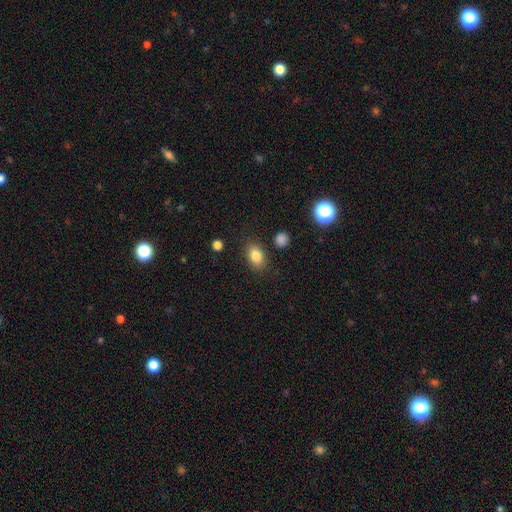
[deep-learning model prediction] smooth 84%, star or artifact 9%, featured or disk 7%. Down the decision tree: how rounded — in between (78%); merging — none (82%).